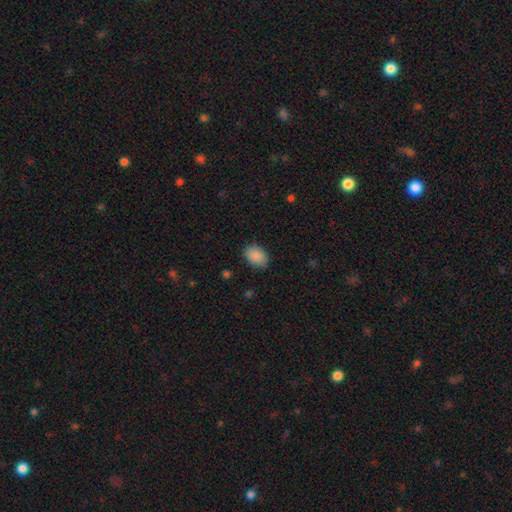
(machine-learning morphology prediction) A smooth galaxy with no disk features (89%) that is in between round and cigar-shaped (82%). Merging: none (83%).